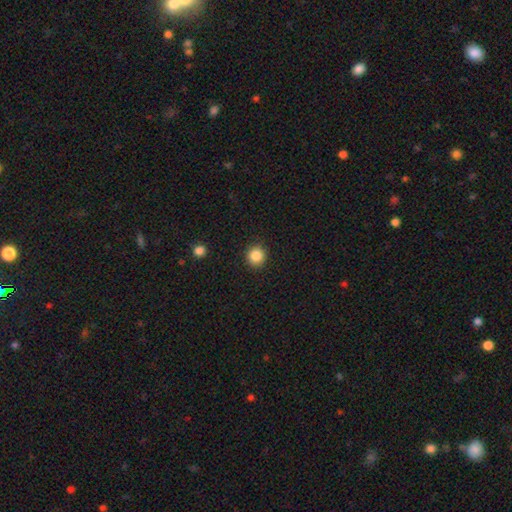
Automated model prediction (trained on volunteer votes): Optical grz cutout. It shows a smooth galaxy with no disk features (86%) that is round (92%). Merging: none (91%).